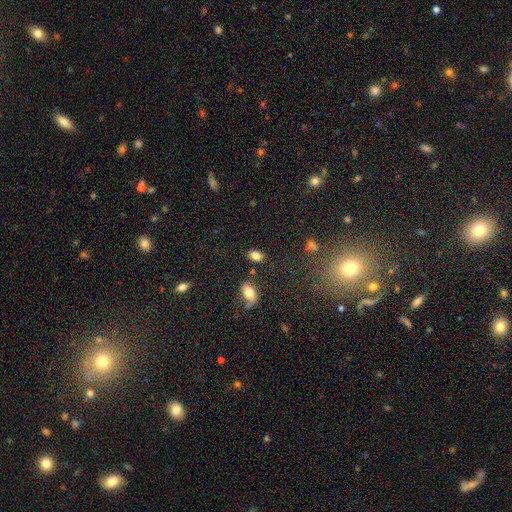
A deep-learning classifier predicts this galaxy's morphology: Overall: smooth (82%). How rounded: in between (86%). Merging: none (78%).